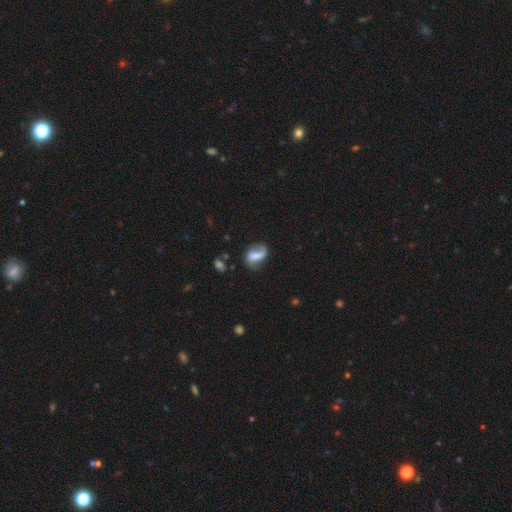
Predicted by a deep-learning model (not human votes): smooth-or-featured: featured or disk: 46% | smooth: 45% | star or artifact: 9%
  merging: none: 53% | minor disturbance: 27% | major disturbance: 16% | merger: 4%